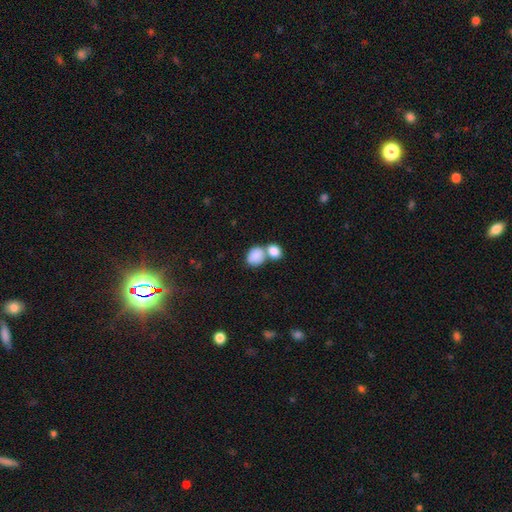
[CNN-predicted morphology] A smooth galaxy with no disk features (85%) that is in between round and cigar-shaped (59%). Merging: merger (53%).